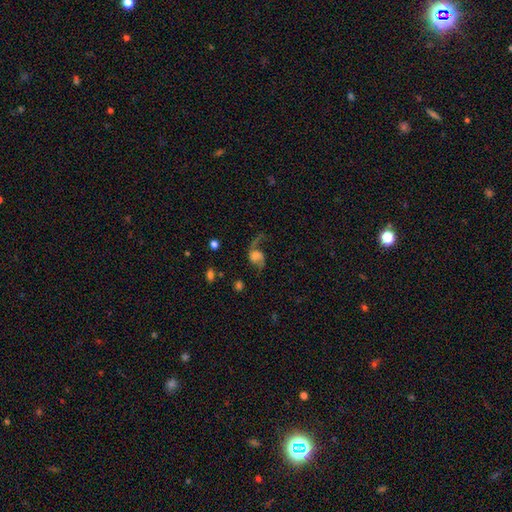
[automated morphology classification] featured or disk 75%, smooth 16%, star or artifact 9%. Down the decision tree: edge-on disk — no (97%); bar — no (66%); spiral arms — yes (92%); spiral arm count — 2 (80%); spiral winding — loose (76%); bulge size — moderate (34%); merging — none (49%).